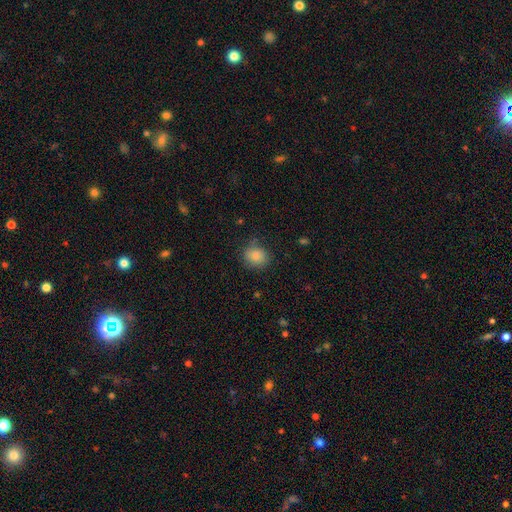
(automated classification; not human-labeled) smooth_or_featured: smooth (p=0.85) [alt: star or artifact p=0.09]
how_rounded: round (p=0.71) [alt: in between p=0.28]
merging: none (p=0.77) [alt: minor disturbance p=0.16]